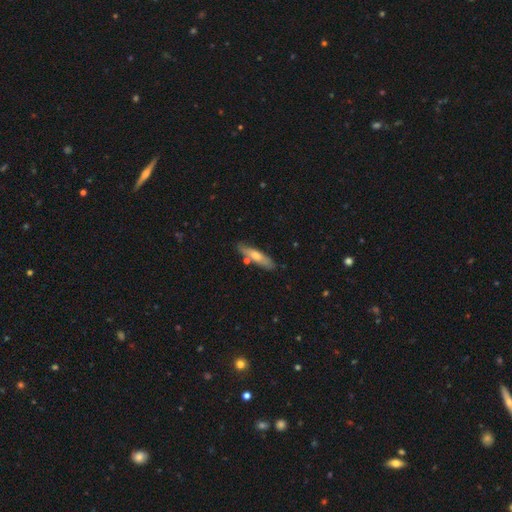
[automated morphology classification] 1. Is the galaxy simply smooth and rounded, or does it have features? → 62% smooth, 32% featured or disk, 6% star or artifact.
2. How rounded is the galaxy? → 77% cigar-shaped, 22% in between, 2% round.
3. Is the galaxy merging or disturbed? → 76% none, 15% minor disturbance, 7% merger, 3% major disturbance.